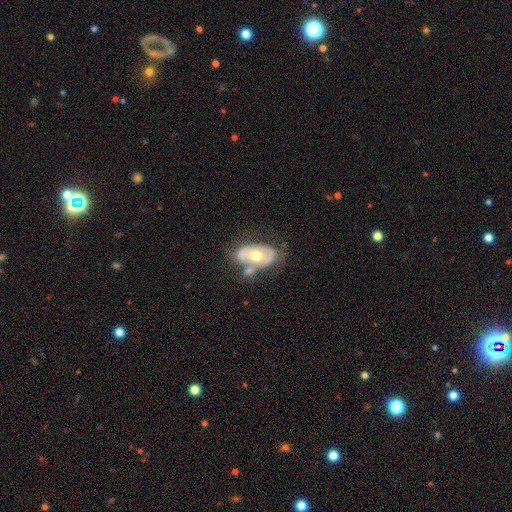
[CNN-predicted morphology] Smooth or featured? Predicted: featured or disk (p=0.58). Edge-on disk? Predicted: no (p=0.92). Bar? Predicted: no (p=0.81). Spiral arms? Predicted: no (p=0.69). Bulge size? Predicted: moderate (p=0.76). Merging? Predicted: none (p=0.45).